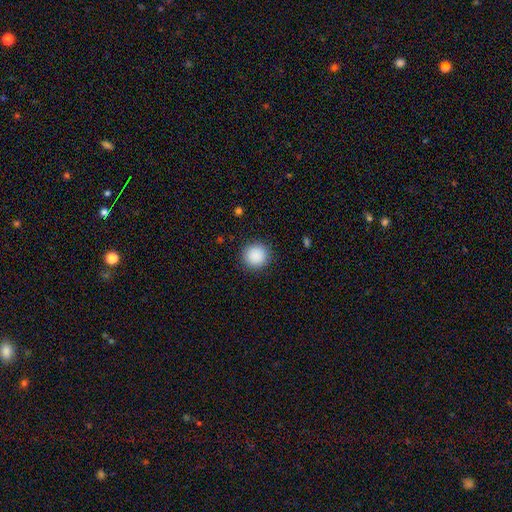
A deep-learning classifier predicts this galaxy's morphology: smooth-or-featured: smooth: 89% | star or artifact: 8% | featured or disk: 3%
  how-rounded: round: 93% | in between: 6% | cigar-shaped: 1%
  merging: none: 90% | minor disturbance: 6% | major disturbance: 2% | merger: 1%